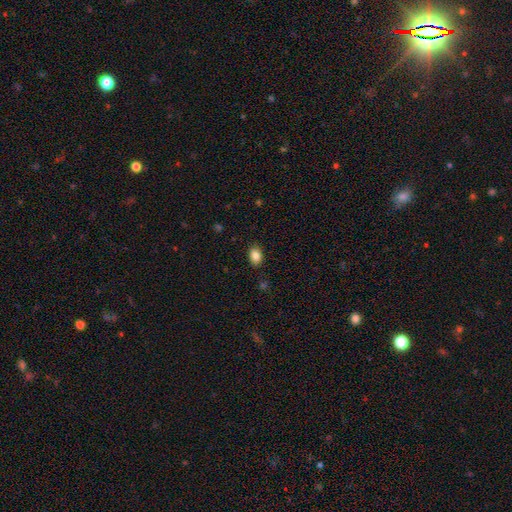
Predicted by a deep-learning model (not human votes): Overall: smooth (86%). How rounded: in between (81%). Merging: none (87%).